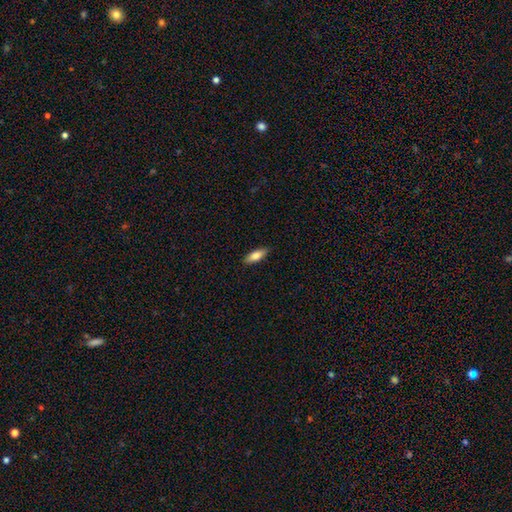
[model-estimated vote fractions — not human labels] smooth 79%, featured or disk 15%, star or artifact 6%. Down the decision tree: how rounded — in between (66%); merging — none (89%).